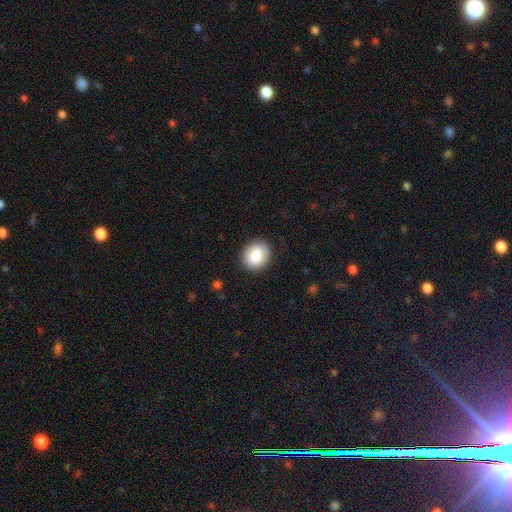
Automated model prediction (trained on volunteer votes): Smooth or featured? Predicted: smooth (p=0.83). How rounded? Predicted: round (p=0.71). Merging? Predicted: none (p=0.90).